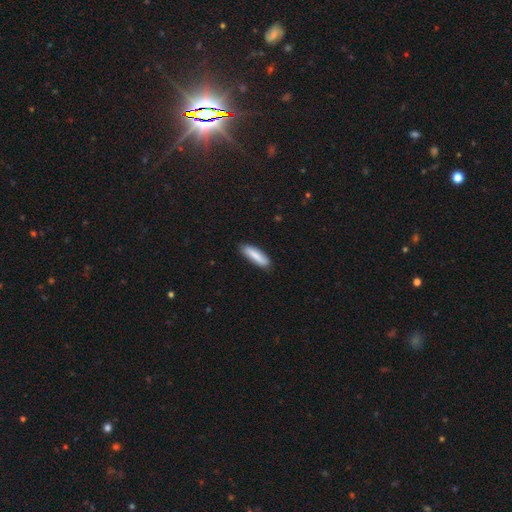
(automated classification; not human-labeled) A smooth galaxy with no disk features (82%) that is cigar-shaped (66%).

Vote fractions:
- Smooth or featured? smooth: 82% / featured or disk: 12% / star or artifact: 6%
- How rounded? cigar-shaped: 66% / in between: 33% / round: 1%
- Merging? none: 85% / minor disturbance: 12% / major disturbance: 2% / merger: 1%